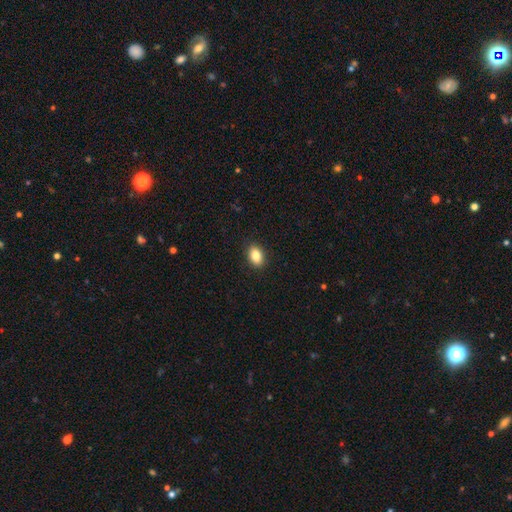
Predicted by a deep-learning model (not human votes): This appears to be a smooth galaxy with no disk features (87%) that is in between round and cigar-shaped (83%). Merging: none (90%).